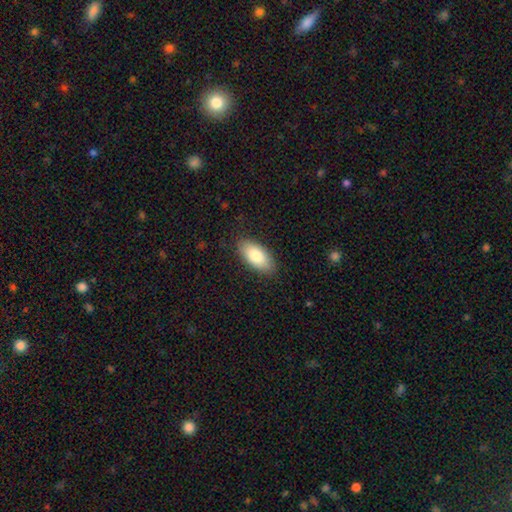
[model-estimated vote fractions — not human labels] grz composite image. It shows a smooth galaxy with no disk features (83%) that is in between round and cigar-shaped (91%). Merging: none (86%).